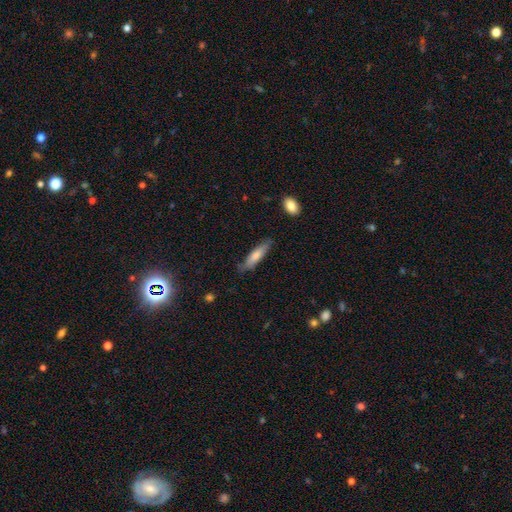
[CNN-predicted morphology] type=smooth (70%); roundness=cigar-shaped (78%); merging=none (75%).